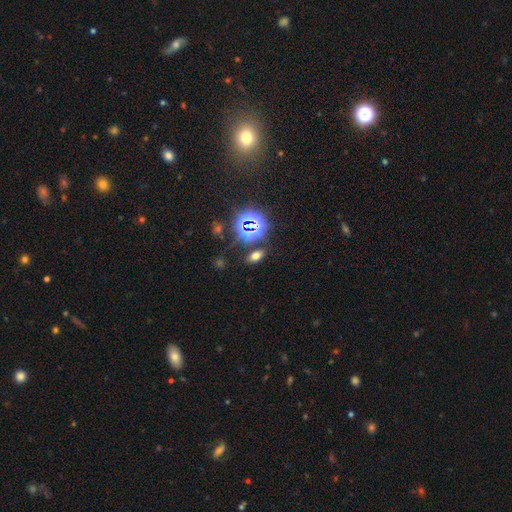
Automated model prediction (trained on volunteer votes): Smooth or featured? smooth (60%)
How rounded? in between (83%)
Merging? none (83%)